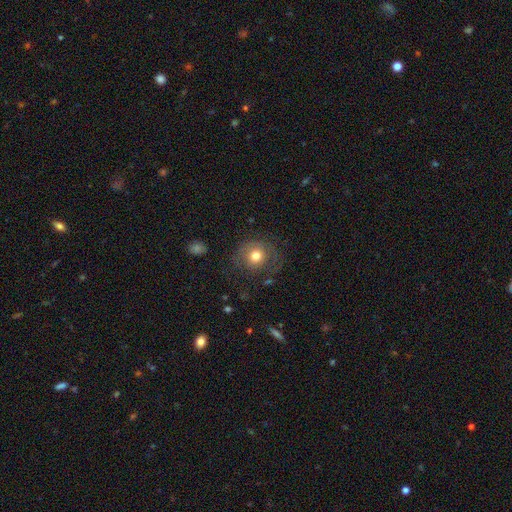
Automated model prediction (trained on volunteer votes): This is likely a smooth galaxy (67%). How rounded: clearly round (86%). Merging: likely none (63%).